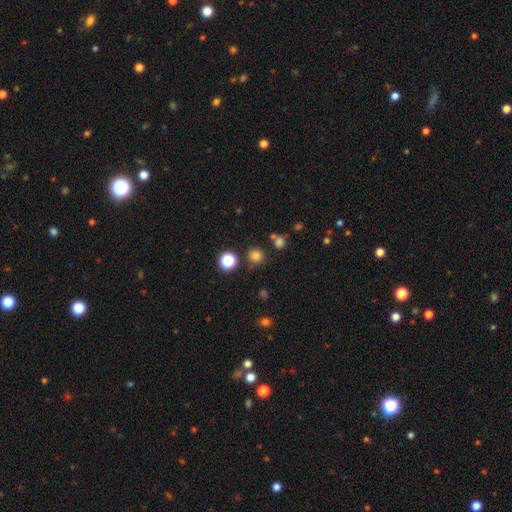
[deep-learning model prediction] Q: Smooth or featured?
A: smooth (77%); runner-up: star or artifact (18%)
Q: How rounded?
A: round (91%); runner-up: in between (8%)
Q: Merging?
A: none (79%); runner-up: minor disturbance (9%)